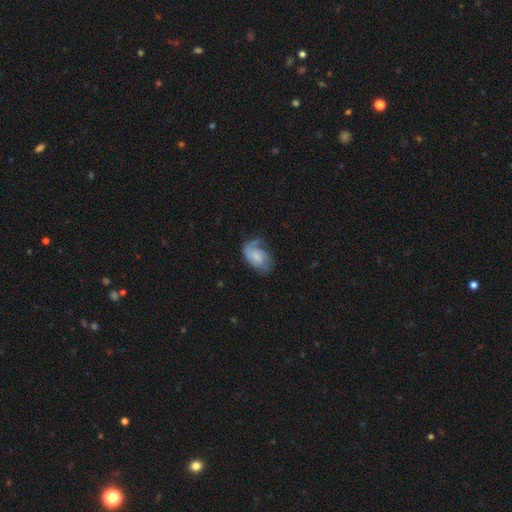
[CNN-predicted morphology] A featured or disk galaxy (59%) with no bar (72%), spiral arms (88%) and a small central bulge (48%).

Vote fractions:
- Smooth or featured? featured or disk: 59% / smooth: 34% / star or artifact: 7%
- Edge-on disk? no: 97% / yes: 3%
- Bar? no: 72% / weak: 25% / strong: 4%
- Spiral arms? yes: 88% / no: 12%
- Bulge size? small: 48% / moderate: 23% / none: 21% / large: 6% / dominant: 2%
- Merging? none: 51% / minor disturbance: 27% / major disturbance: 20% / merger: 2%